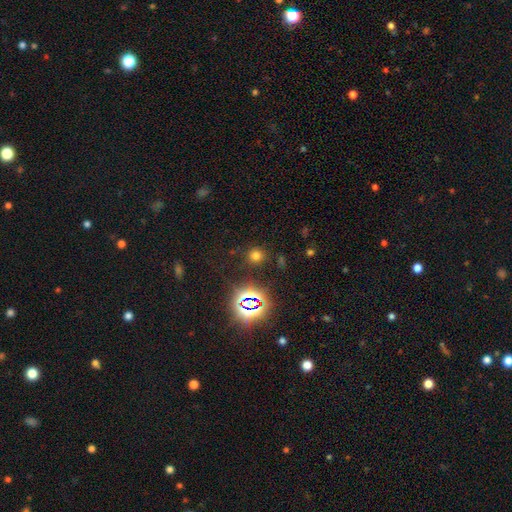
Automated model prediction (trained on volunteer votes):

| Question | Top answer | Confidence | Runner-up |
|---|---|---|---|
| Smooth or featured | smooth | 65% | star or artifact (28%) |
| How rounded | round | 89% | in between (10%) |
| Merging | none | 86% | minor disturbance (8%) |